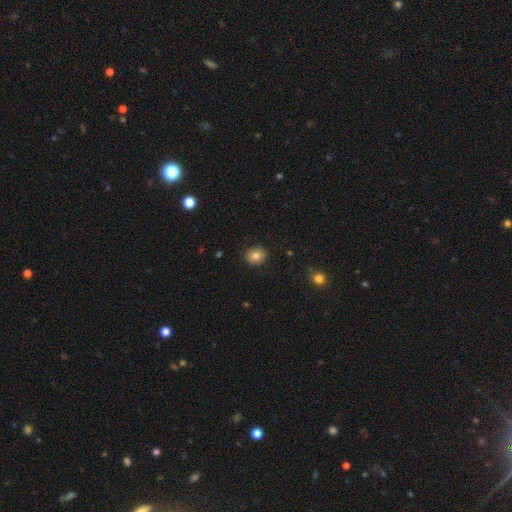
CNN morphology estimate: This appears to be a smooth galaxy with no disk features (81%) that is round (63%). Merging: none (90%).